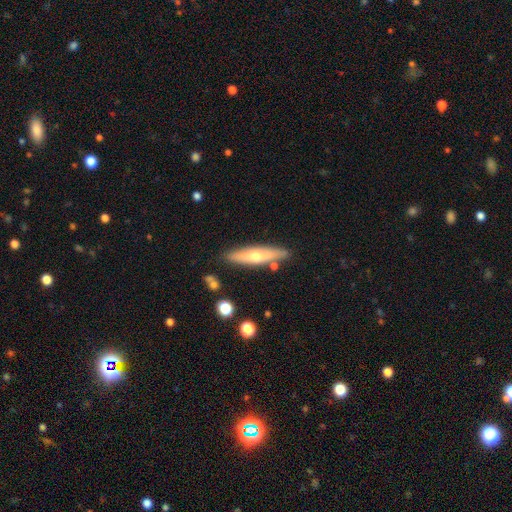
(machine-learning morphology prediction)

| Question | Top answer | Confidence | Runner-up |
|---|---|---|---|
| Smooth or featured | featured or disk | 50% | smooth (43%) |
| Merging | none | 83% | minor disturbance (11%) |